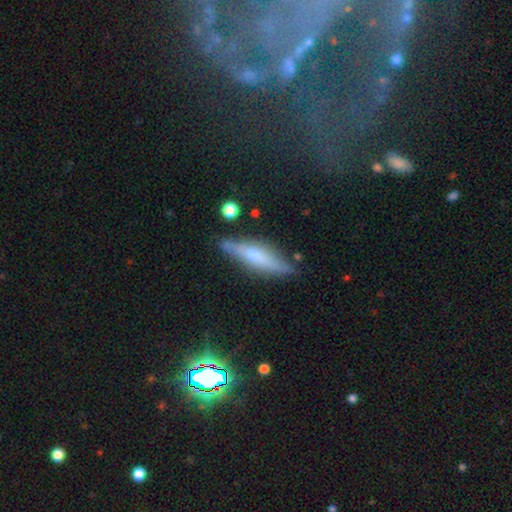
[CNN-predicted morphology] A featured or disk galaxy (47%). Merging: none (76%).